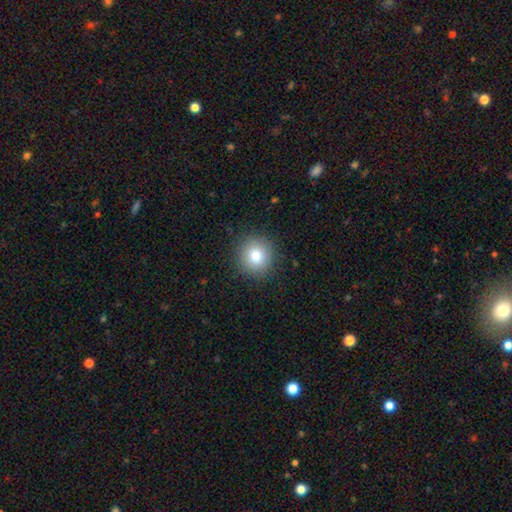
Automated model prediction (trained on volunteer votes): smooth 81%, star or artifact 11%, featured or disk 8%. Down the decision tree: how rounded — round (92%); merging — none (89%).